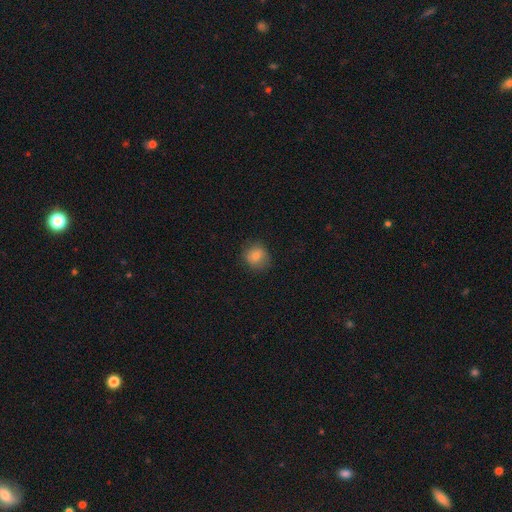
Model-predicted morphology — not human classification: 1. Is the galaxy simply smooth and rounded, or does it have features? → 80% smooth, 11% star or artifact, 10% featured or disk.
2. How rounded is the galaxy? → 81% round, 18% in between, 1% cigar-shaped.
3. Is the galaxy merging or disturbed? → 81% none, 14% minor disturbance, 4% major disturbance, 1% merger.